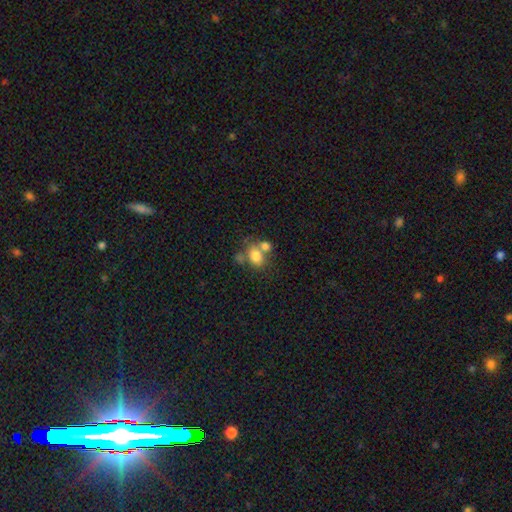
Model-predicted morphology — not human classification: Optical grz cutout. It shows a smooth galaxy with no disk features (76%) that is in between round and cigar-shaped (61%). Merging: merger (43%).